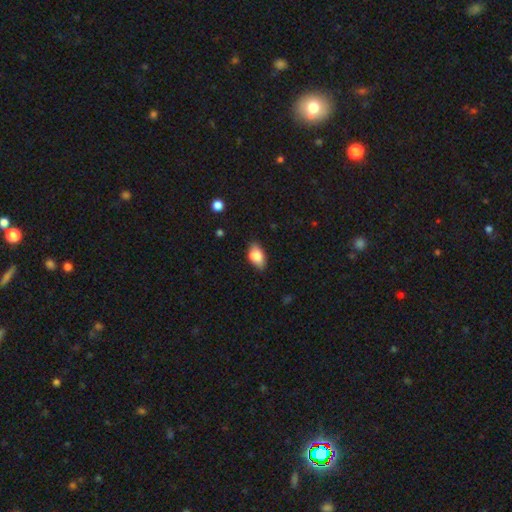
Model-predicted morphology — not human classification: Smooth or featured? smooth (81%)
How rounded? in between (90%)
Merging? none (68%)